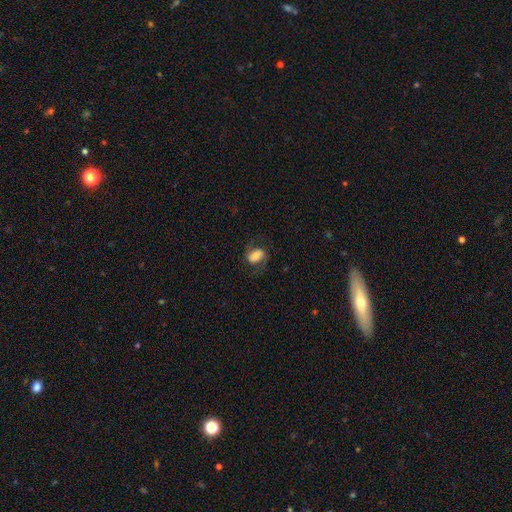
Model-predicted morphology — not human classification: type=smooth (58%); roundness=in between (78%); merging=none (69%).